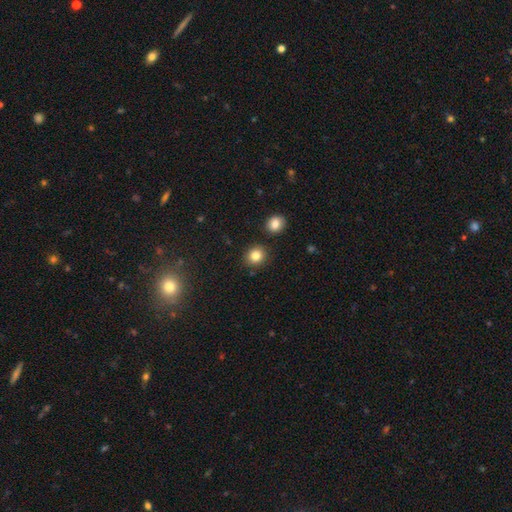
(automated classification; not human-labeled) This is clearly a smooth galaxy (84%). How rounded: likely round (78%). Merging: clearly none (85%).